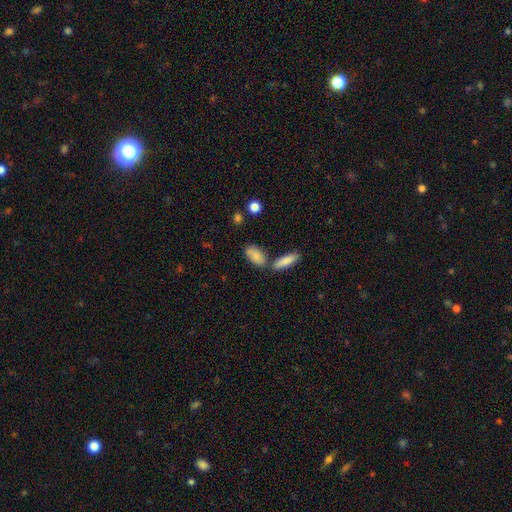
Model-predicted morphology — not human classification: Smooth or featured? smooth (82%)
How rounded? in between (85%)
Merging? none (59%)